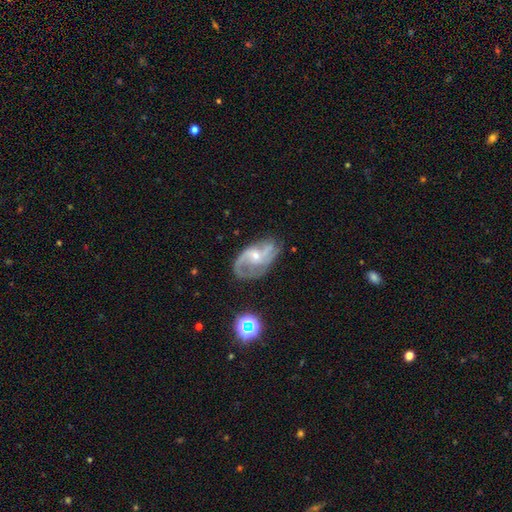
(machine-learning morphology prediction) Q: Smooth or featured?
A: featured or disk (83%); runner-up: smooth (10%)
Q: Edge-on disk?
A: no (97%); runner-up: yes (3%)
Q: Bar?
A: no (51%); runner-up: weak (40%)
Q: Spiral arms?
A: yes (94%); runner-up: no (6%)
Q: Spiral winding?
A: medium (45%); runner-up: loose (38%)
Q: Spiral arm count?
A: 2 (57%); runner-up: can't tell (16%)
Q: Bulge size?
A: small (62%); runner-up: moderate (33%)
Q: Merging?
A: none (56%); runner-up: minor disturbance (24%)